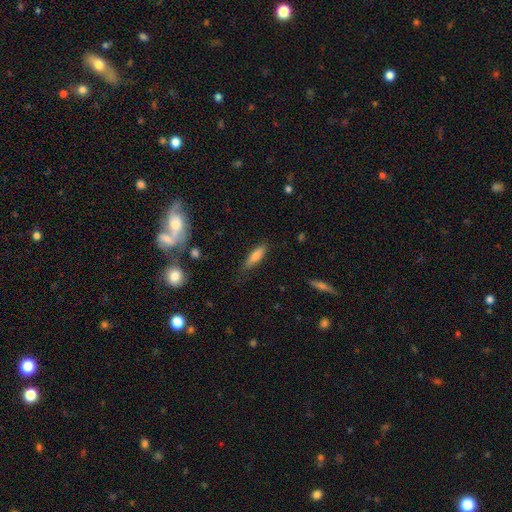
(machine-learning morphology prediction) This is likely a smooth galaxy (71%). How rounded: possibly cigar-shaped (60%). Merging: likely none (74%).